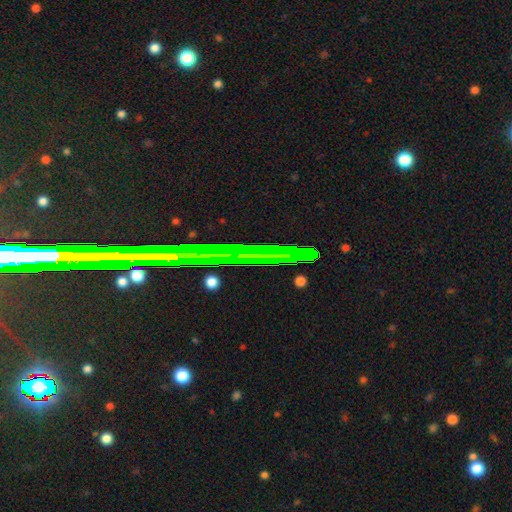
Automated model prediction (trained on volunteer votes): star or artifact 71%, featured or disk 18%, smooth 11%.